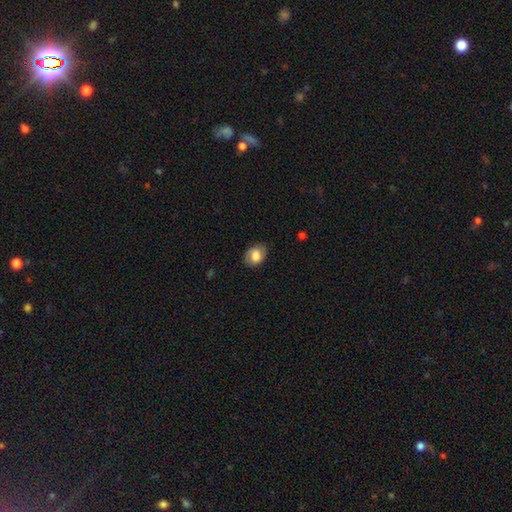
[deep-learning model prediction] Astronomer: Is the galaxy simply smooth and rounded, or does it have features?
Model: smooth — 72%.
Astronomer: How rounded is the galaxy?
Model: in between — 73%.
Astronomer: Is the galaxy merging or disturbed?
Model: none — 79%.